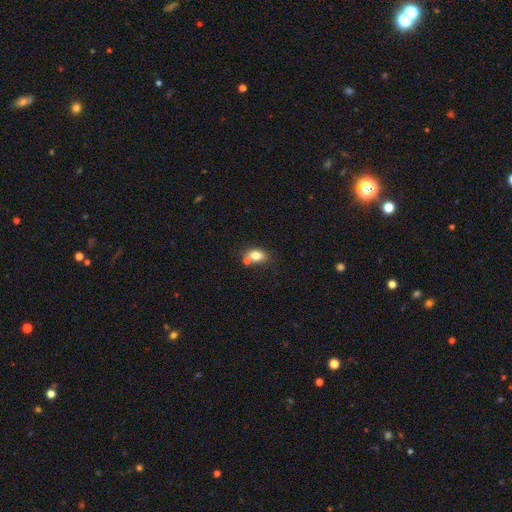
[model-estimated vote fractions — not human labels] Smooth or featured: smooth — 79% (featured or disk — 11%)
How rounded: in between — 75% (round — 23%)
Merging: none — 52% (merger — 29%)